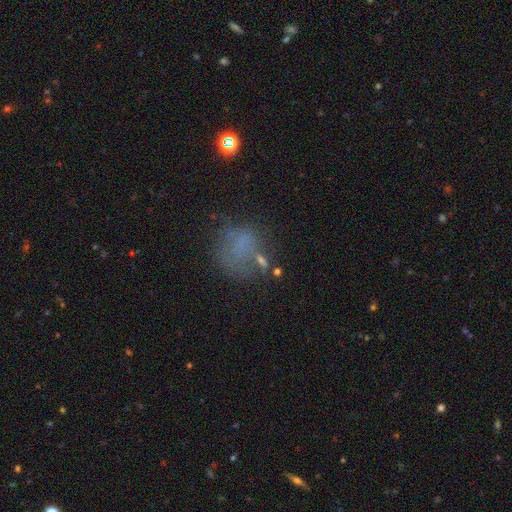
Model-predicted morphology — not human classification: Q: Smooth or featured?
A: smooth (50%); runner-up: featured or disk (27%)
Q: Merging?
A: none (49%); runner-up: major disturbance (22%)